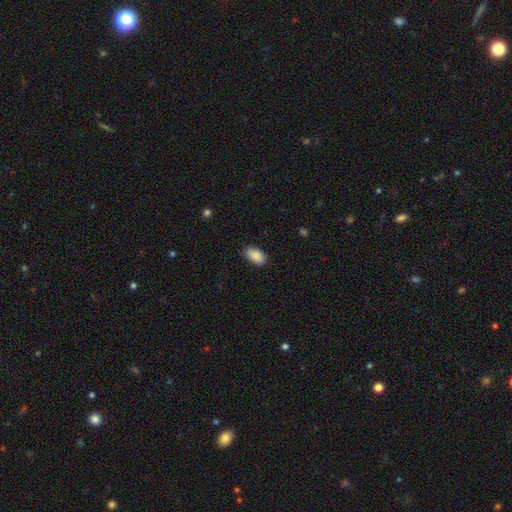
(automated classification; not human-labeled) Smooth or featured?
  - smooth: 88% *
  - star or artifact: 7%
  - featured or disk: 5%
How rounded?
  - in between: 92% *
  - round: 6%
  - cigar-shaped: 2%
Merging?
  - none: 83% *
  - minor disturbance: 14%
  - major disturbance: 2%
  - merger: 1%